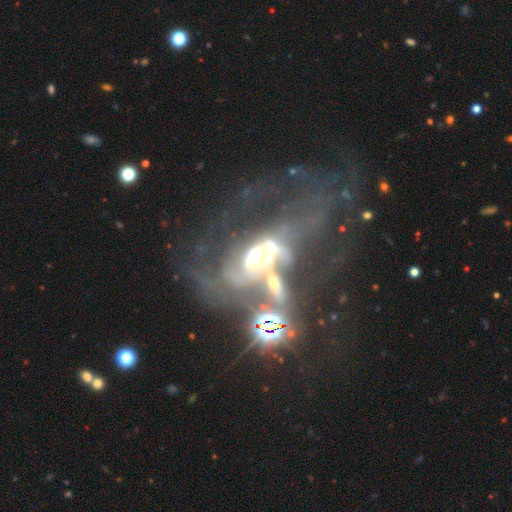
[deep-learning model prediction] Morphology: type=featured or disk (63%); edge-on=no (92%); bar=no (71%); spiral arms=no (64%); bulge=moderate (41%); merging=merger (56%).